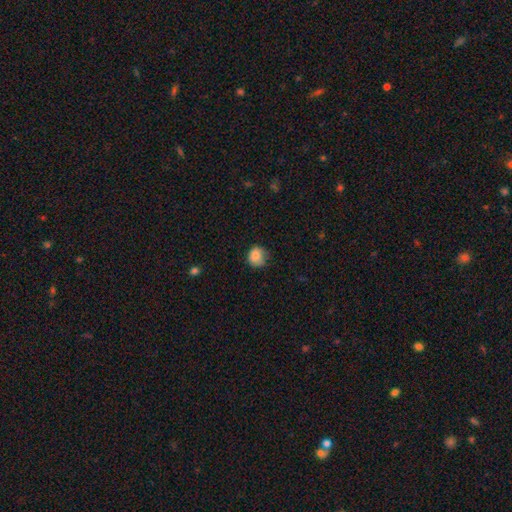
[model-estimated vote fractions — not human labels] smooth-or-featured: smooth: 84% | star or artifact: 9% | featured or disk: 7%
  how-rounded: round: 79% | in between: 20% | cigar-shaped: 1%
  merging: none: 62% | minor disturbance: 29% | major disturbance: 8% | merger: 1%